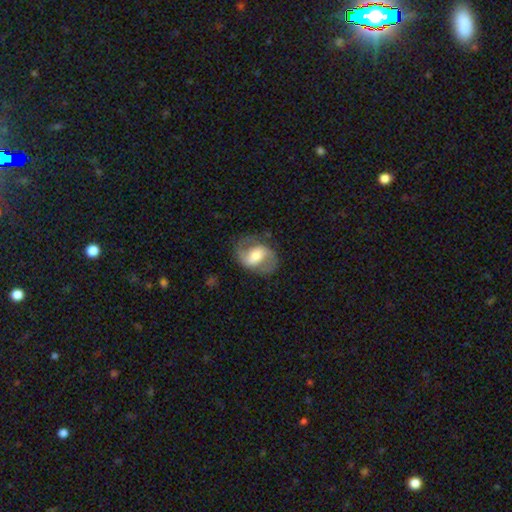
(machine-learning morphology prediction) This is likely a featured or disk galaxy (76%). It is clearly not viewed edge-on (97%). Bar: marginally weak (44%). Spiral arm pattern: clearly yes (89%). Spiral arm count: clearly 2 (91%). Spiral winding: possibly medium (48%). Central bulge: possibly moderate (57%). Merging: likely none (76%).